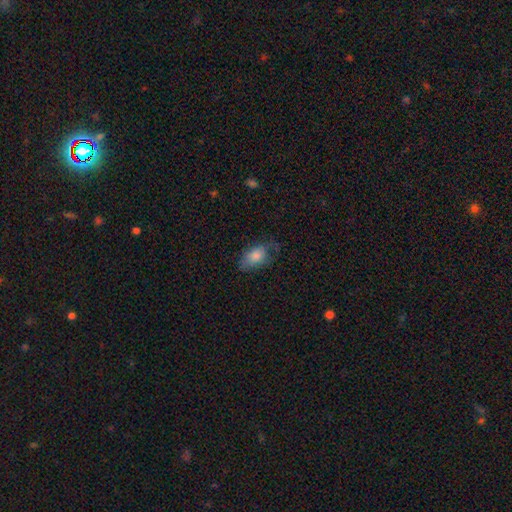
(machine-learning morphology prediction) smooth_or_featured: smooth (p=0.77) [alt: featured or disk p=0.15]
how_rounded: in between (p=0.89) [alt: round p=0.07]
merging: none (p=0.55) [alt: minor disturbance p=0.30]